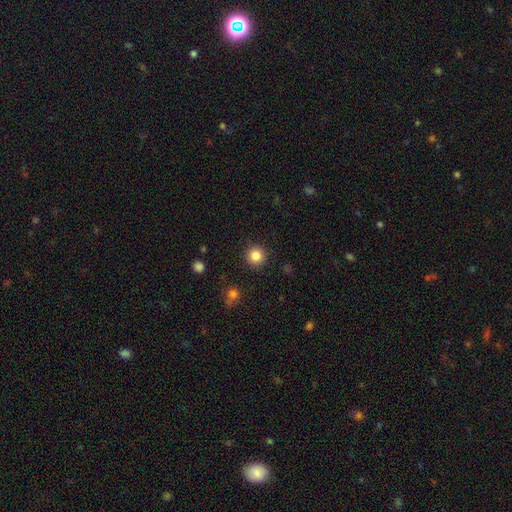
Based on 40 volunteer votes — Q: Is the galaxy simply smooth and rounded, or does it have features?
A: smooth — 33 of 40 (82%).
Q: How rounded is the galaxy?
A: round — 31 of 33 (94%).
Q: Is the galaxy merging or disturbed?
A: none — 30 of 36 (83%).